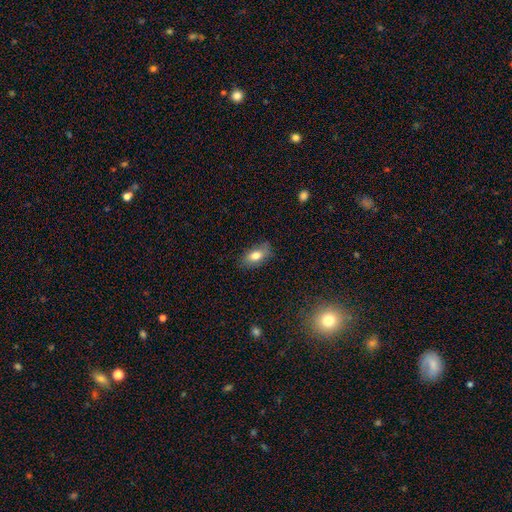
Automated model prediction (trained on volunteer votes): Overall: smooth (78%). How rounded: in between (90%). Merging: none (77%).